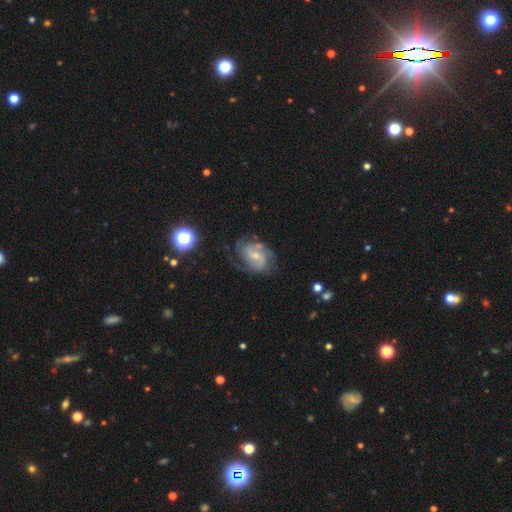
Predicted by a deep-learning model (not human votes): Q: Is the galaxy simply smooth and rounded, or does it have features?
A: featured or disk — 81%.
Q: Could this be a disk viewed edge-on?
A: no — 97%.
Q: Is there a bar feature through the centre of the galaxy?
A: weak — 47%.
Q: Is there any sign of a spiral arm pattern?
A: yes — 94%.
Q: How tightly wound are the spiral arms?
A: medium — 47%.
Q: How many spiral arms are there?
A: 2 — 58%.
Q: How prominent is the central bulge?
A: small — 60%.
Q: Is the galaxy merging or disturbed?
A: none — 63%.